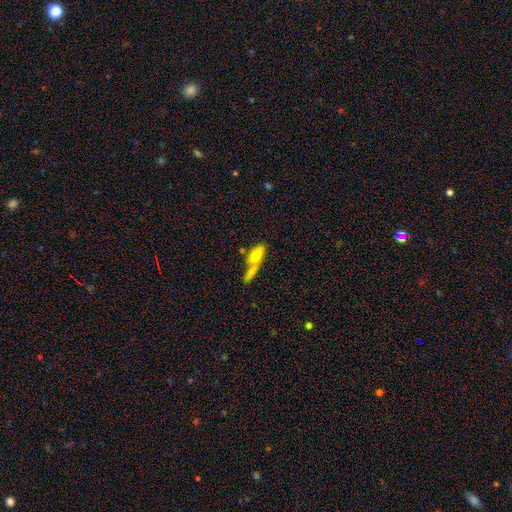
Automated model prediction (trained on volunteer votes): smooth-or-featured: smooth: 73% | featured or disk: 19% | star or artifact: 9%
  how-rounded: in between: 65% | cigar-shaped: 31% | round: 3%
  merging: merger: 48% | none: 34% | minor disturbance: 12% | major disturbance: 7%